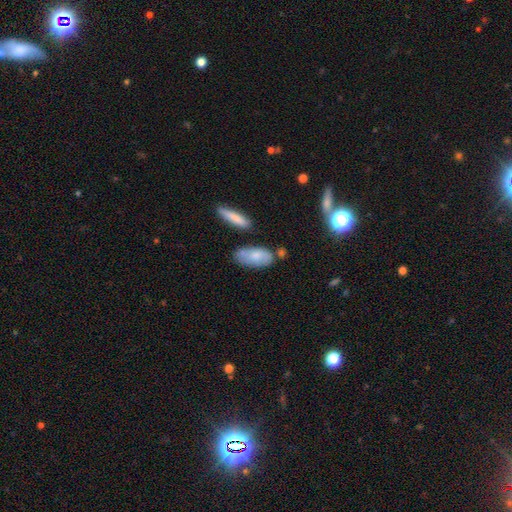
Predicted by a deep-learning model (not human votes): Overall: smooth (72%). How rounded: in between (87%). Merging: none (60%; minor disturbance 24%).